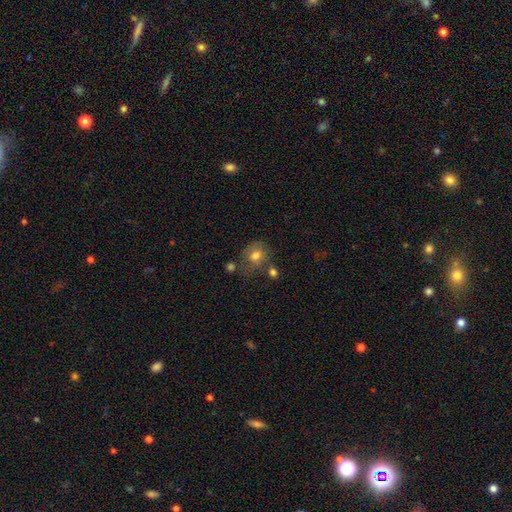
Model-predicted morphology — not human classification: Smooth or featured: smooth — 73% (featured or disk — 16%)
How rounded: round — 63% (in between — 36%)
Merging: none — 54% (minor disturbance — 22%)